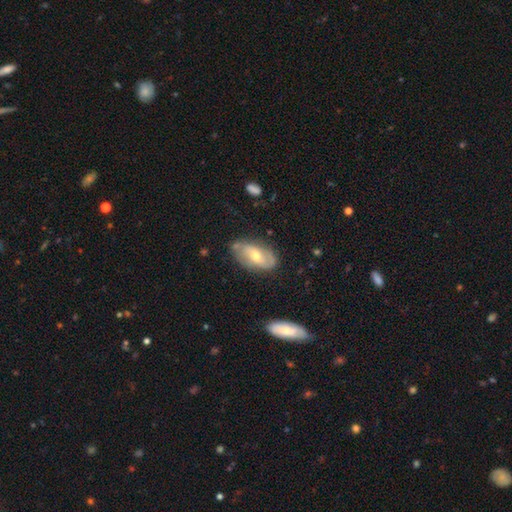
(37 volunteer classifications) Morphology: type=featured or disk (73%); edge-on=no (96%); bar=no (73%); spiral arms=yes (77%); winding=medium (50%); arm count=2 (75%); bulge=small (58%); merging=none (62%).